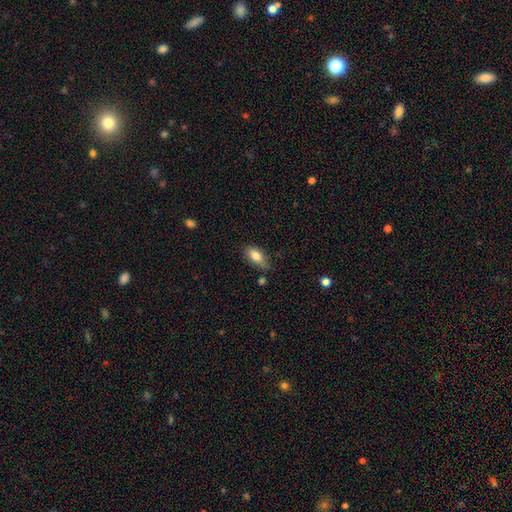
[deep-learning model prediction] Morphology: type=smooth (82%); roundness=in between (88%); merging=none (64%).